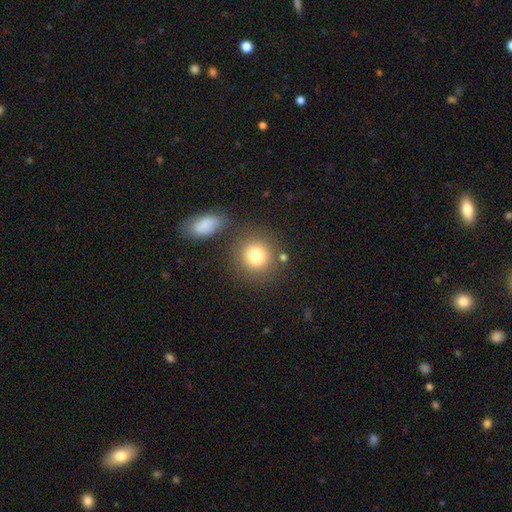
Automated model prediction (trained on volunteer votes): smooth-or-featured: smooth: 81% | star or artifact: 10% | featured or disk: 9%
  how-rounded: round: 89% | in between: 10% | cigar-shaped: 1%
  merging: none: 76% | merger: 10% | minor disturbance: 10% | major disturbance: 4%